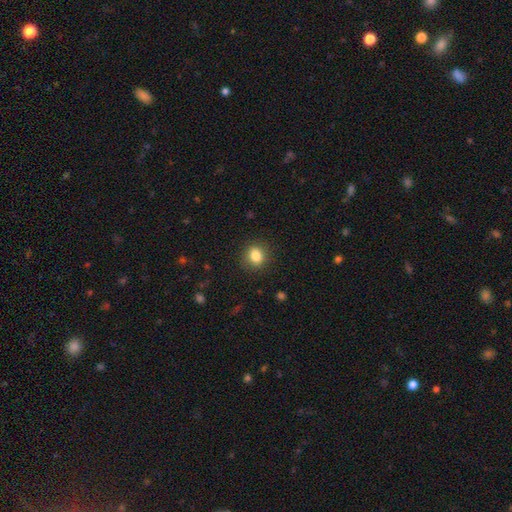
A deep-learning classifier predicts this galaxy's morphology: type=smooth (84%); roundness=round (71%); merging=none (88%).